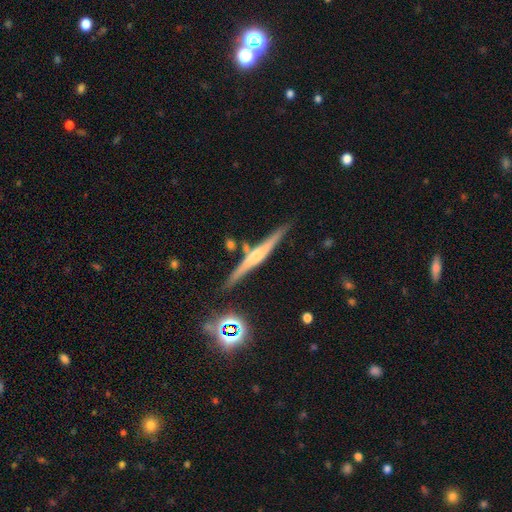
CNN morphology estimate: smooth-or-featured: featured or disk: 72% | smooth: 19% | star or artifact: 8%
  disk-edge-on: yes: 97% | no: 3%
    edge-on-bulge: rounded: 81% | none: 10% | boxy: 8%
  merging: none: 83% | minor disturbance: 9% | merger: 5% | major disturbance: 2%